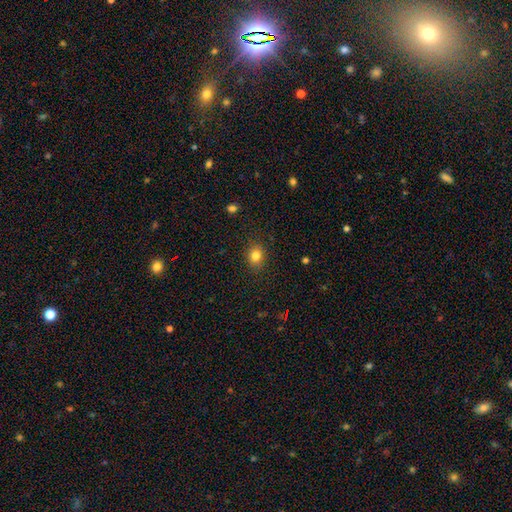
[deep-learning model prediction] This is clearly a smooth galaxy (82%). How rounded: possibly round (53%). Merging: clearly none (87%).